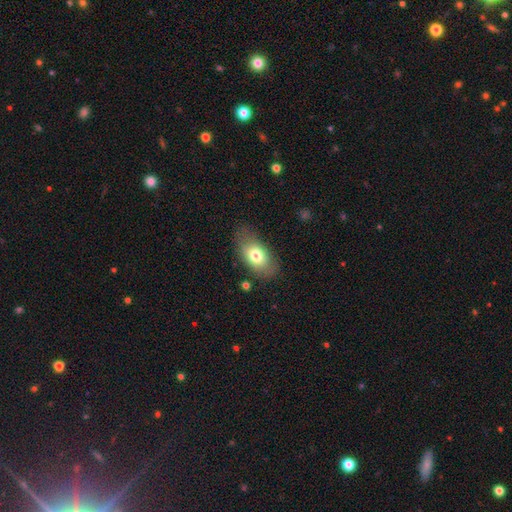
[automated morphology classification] smooth 74%, featured or disk 19%, star or artifact 8%. Down the decision tree: how rounded — in between (89%); merging — none (73%).